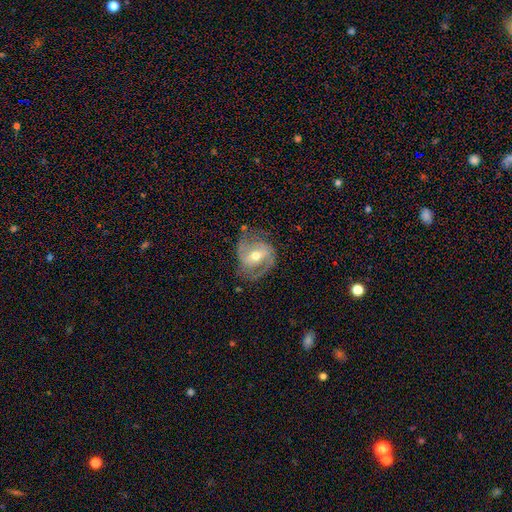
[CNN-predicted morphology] type=featured or disk (84%); edge-on=no (96%); bar=weak (41%); spiral arms=yes (91%); winding=medium (50%); arm count=2 (85%); bulge=moderate (69%); merging=none (67%).